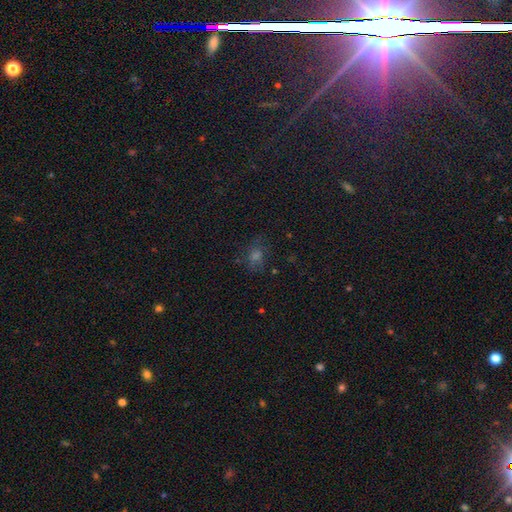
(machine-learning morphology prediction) This is marginally a smooth galaxy (45%). Merging: likely none (71%).